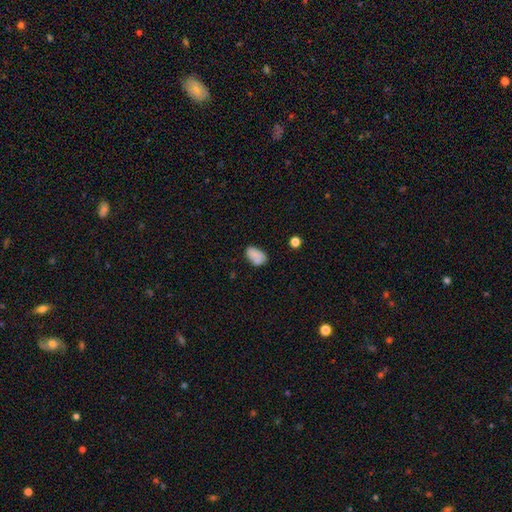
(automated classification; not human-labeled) Smooth or featured: smooth — 80% (featured or disk — 11%)
How rounded: in between — 90% (round — 8%)
Merging: none — 63% (minor disturbance — 22%)